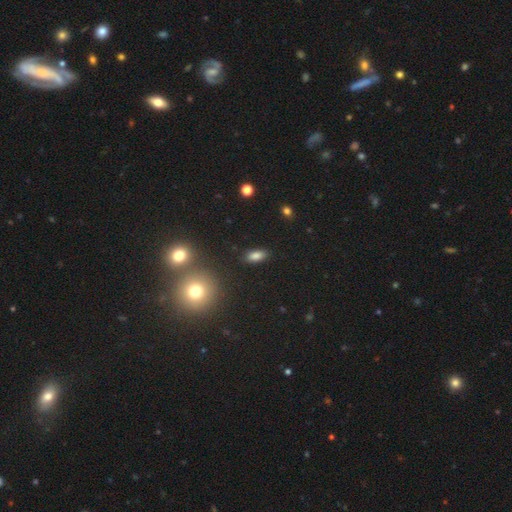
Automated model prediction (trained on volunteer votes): Smooth or featured? Predicted: smooth (p=0.81). How rounded? Predicted: in between (p=0.86). Merging? Predicted: none (p=0.87).